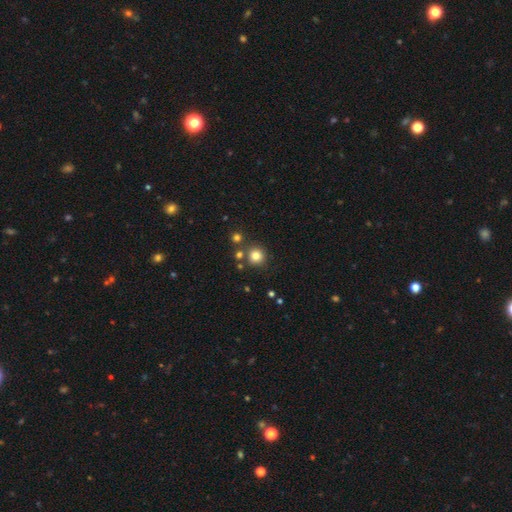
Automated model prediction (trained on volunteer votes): This appears to be a smooth galaxy with no disk features (80%) that is round (93%). Merging: none (79%).